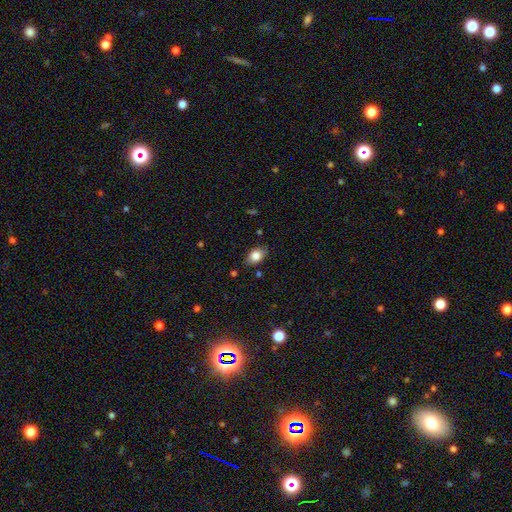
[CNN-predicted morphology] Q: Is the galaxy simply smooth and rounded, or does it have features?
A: smooth — 82%.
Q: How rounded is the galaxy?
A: in between — 83%.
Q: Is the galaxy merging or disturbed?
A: none — 82%.